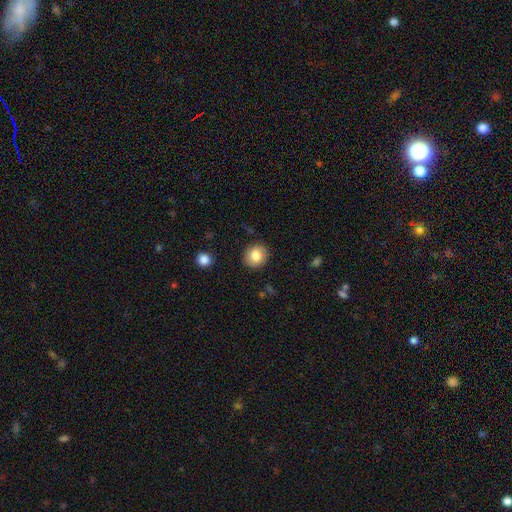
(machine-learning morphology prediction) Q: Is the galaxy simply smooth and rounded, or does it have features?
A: smooth — 82%.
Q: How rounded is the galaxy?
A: round — 83%.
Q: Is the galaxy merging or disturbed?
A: none — 90%.